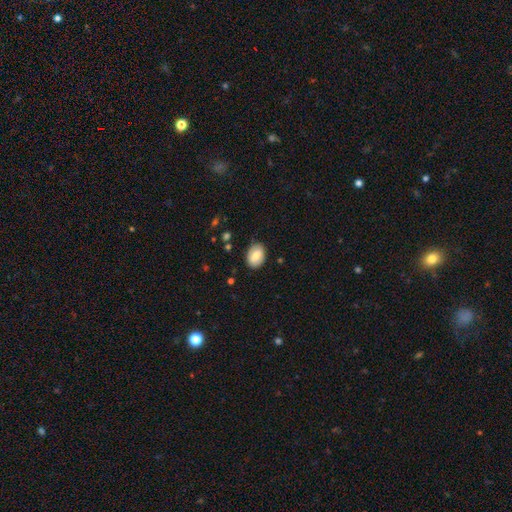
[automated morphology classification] This appears to be a smooth galaxy with no disk features (72%) that is in between round and cigar-shaped (82%). Merging: none (82%).